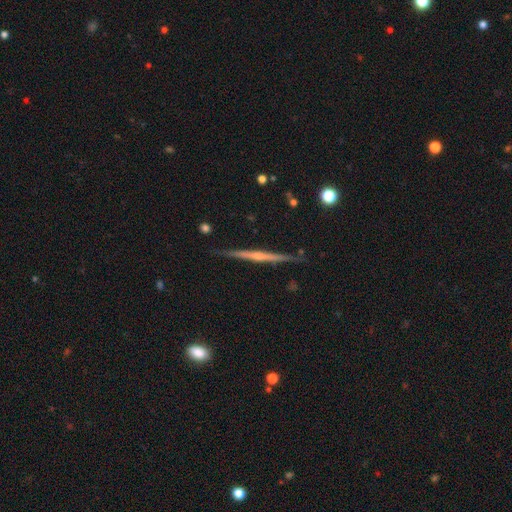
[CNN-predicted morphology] Smooth or featured? featured or disk (77%)
Edge-on disk? yes (98%)
Edge-on bulge? rounded (59%)
Merging? none (88%)